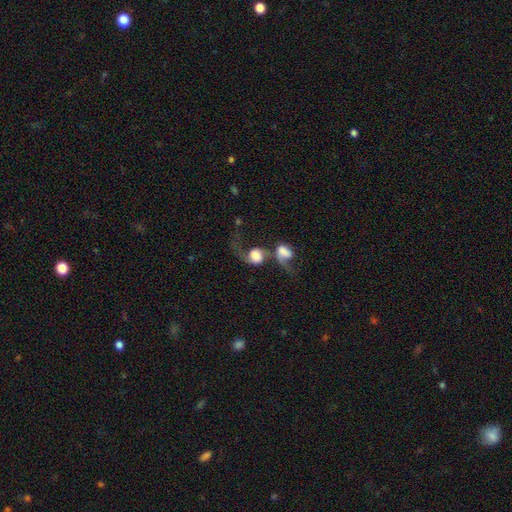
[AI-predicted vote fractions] Morphology: type=smooth (49%); merging=merger (62%).